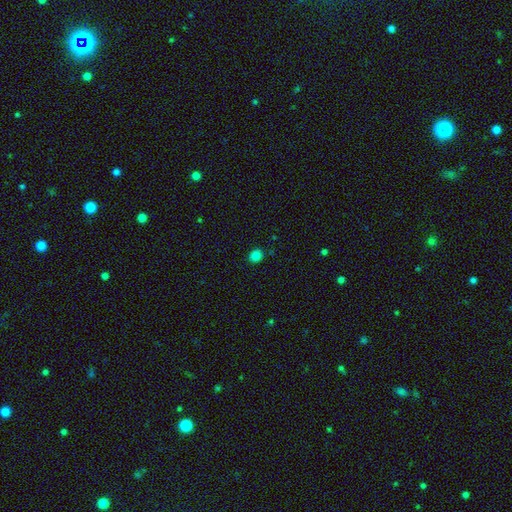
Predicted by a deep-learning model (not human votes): Smooth or featured: smooth — 83% (star or artifact — 14%)
How rounded: round — 73% (in between — 26%)
Merging: none — 89% (minor disturbance — 7%)